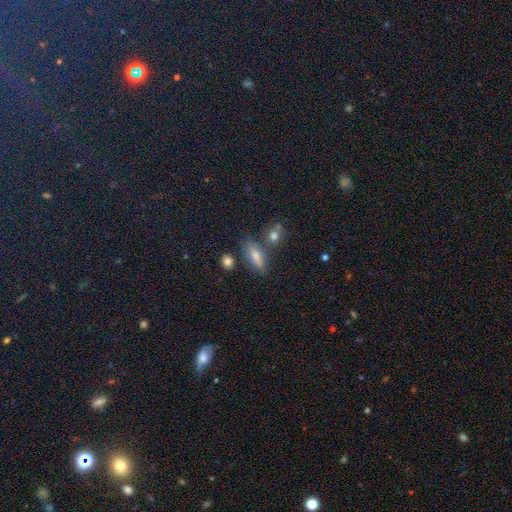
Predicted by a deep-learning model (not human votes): smooth-or-featured: smooth: 58% | featured or disk: 21% | star or artifact: 21%
  how-rounded: in between: 58% | cigar-shaped: 33% | round: 9%
  merging: none: 71% | minor disturbance: 14% | merger: 11% | major disturbance: 5%